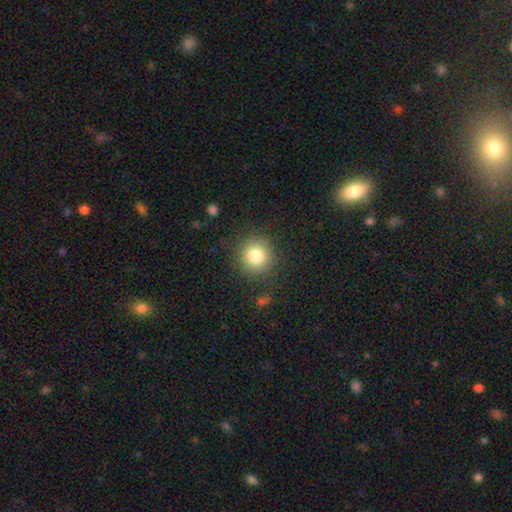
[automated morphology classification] The model was most divided on "smooth or featured": smooth: 81%, star or artifact: 11%, featured or disk: 8%. More confident: how rounded — round (93%); merging — none (88%).